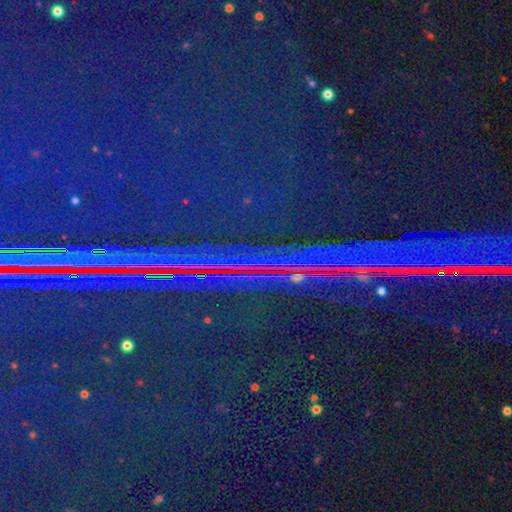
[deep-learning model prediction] Smooth or featured?
  - star or artifact: 88% *
  - featured or disk: 6%
  - smooth: 6%